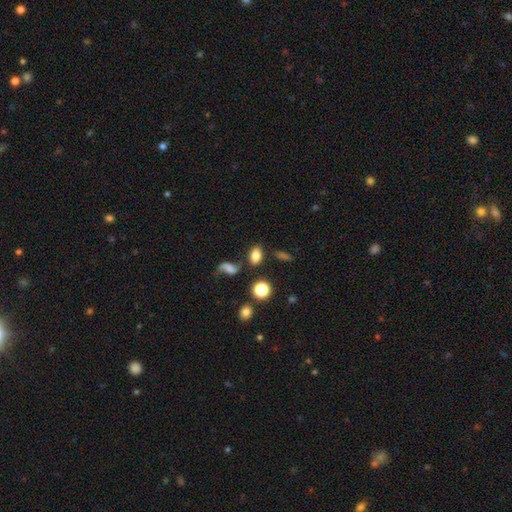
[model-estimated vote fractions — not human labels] smooth-or-featured: smooth: 76% | featured or disk: 12% | star or artifact: 12%
  how-rounded: in between: 81% | round: 16% | cigar-shaped: 3%
  merging: none: 73% | minor disturbance: 13% | merger: 9% | major disturbance: 5%